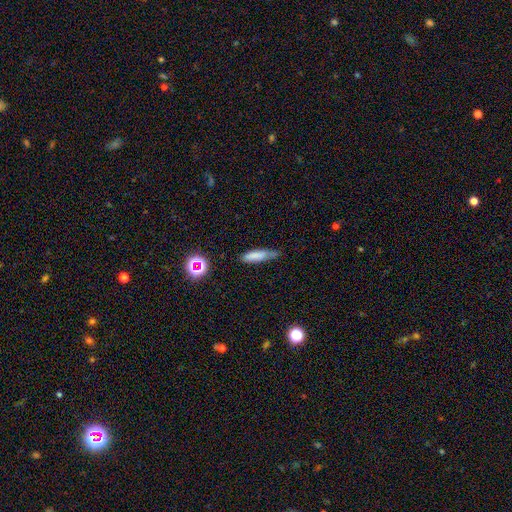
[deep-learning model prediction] This is likely a smooth galaxy (75%). How rounded: likely cigar-shaped (70%). Merging: possibly none (51%).